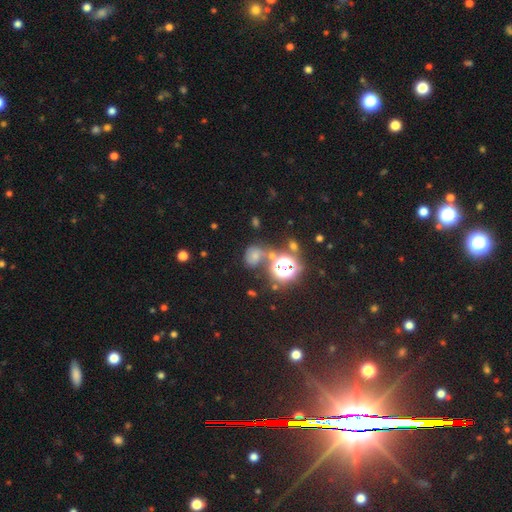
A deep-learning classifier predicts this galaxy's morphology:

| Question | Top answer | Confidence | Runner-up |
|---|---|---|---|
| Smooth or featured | star or artifact | 54% | smooth (34%) |